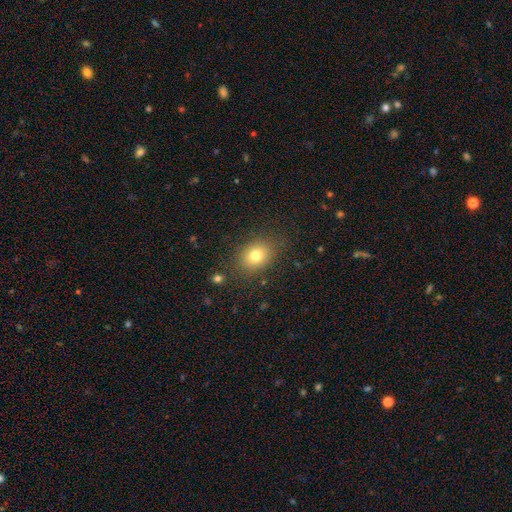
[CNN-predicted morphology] type=smooth (77%); roundness=in between (53%); merging=none (83%).